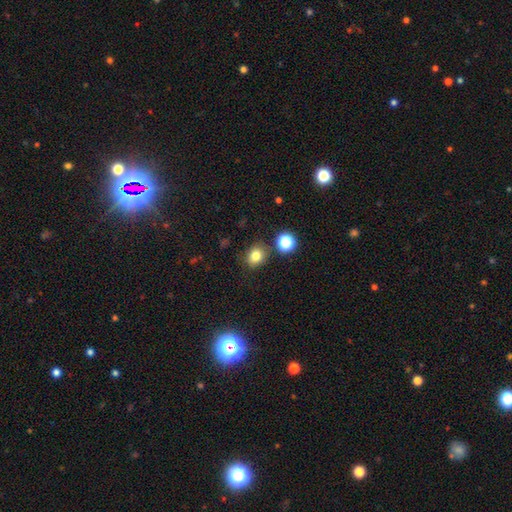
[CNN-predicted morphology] Smooth or featured? Predicted: smooth (p=0.80). How rounded? Predicted: round (p=0.64). Merging? Predicted: none (p=0.80).